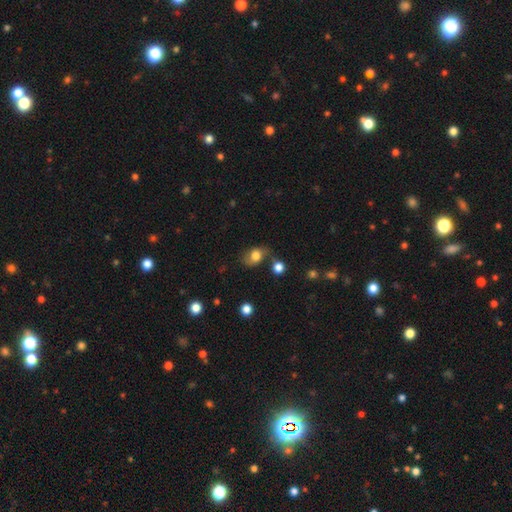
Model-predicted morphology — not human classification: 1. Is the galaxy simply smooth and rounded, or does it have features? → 70% smooth, 19% featured or disk, 10% star or artifact.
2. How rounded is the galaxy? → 66% in between, 33% round, 1% cigar-shaped.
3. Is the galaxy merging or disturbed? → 51% none, 25% minor disturbance, 12% major disturbance, 11% merger.